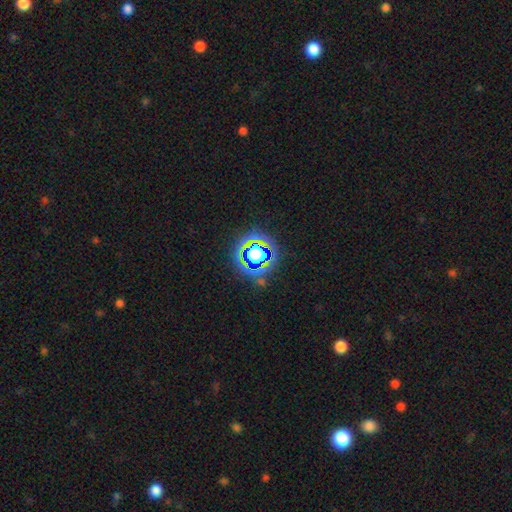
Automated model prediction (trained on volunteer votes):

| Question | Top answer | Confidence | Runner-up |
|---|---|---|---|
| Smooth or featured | star or artifact | 79% | smooth (14%) |